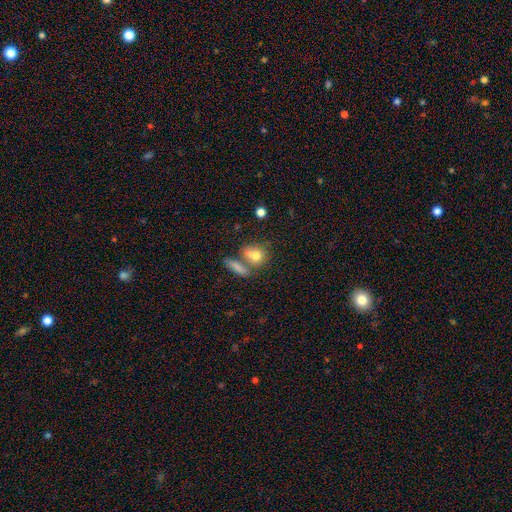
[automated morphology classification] smooth_or_featured: smooth (p=0.76) [alt: featured or disk p=0.14]
how_rounded: round (p=0.55) [alt: in between p=0.39]
merging: none (p=0.44) [alt: merger p=0.40]